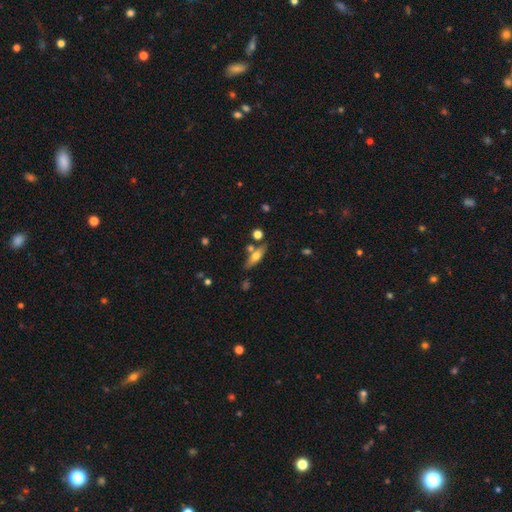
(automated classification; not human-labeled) smooth_or_featured: smooth (p=0.52) [alt: featured or disk p=0.40]
how_rounded: cigar-shaped (p=0.50) [alt: in between p=0.46]
merging: none (p=0.70) [alt: merger p=0.13]